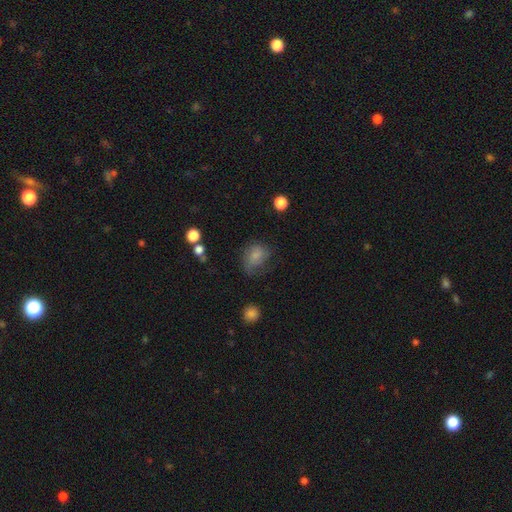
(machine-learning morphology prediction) This appears to be a smooth galaxy with no disk features (71%) that is in between round and cigar-shaped (56%). Merging: none (44%).